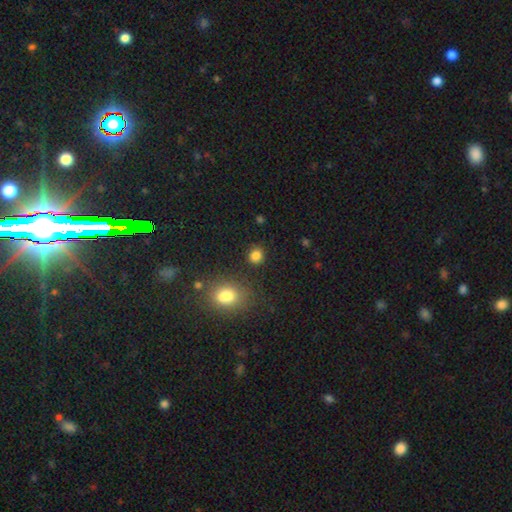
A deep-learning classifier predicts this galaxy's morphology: Q: Smooth or featured?
A: smooth (83%); runner-up: star or artifact (13%)
Q: How rounded?
A: round (81%); runner-up: in between (18%)
Q: Merging?
A: none (86%); runner-up: minor disturbance (8%)